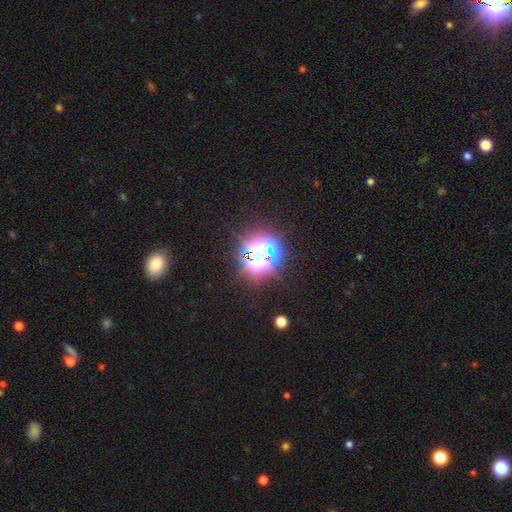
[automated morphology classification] This appears to be a star or artifact, not a galaxy (70%).